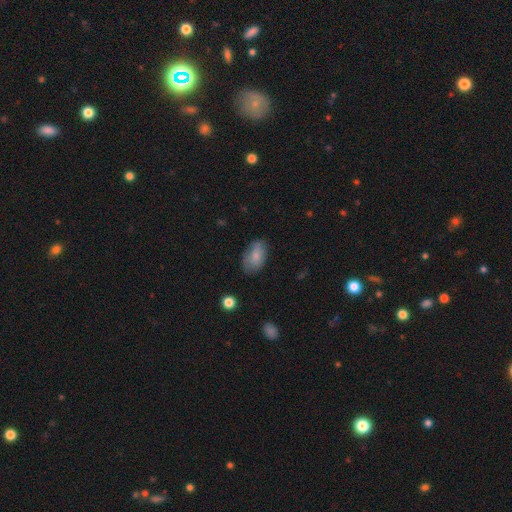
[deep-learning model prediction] Q: Smooth or featured?
A: smooth (78%); runner-up: featured or disk (15%)
Q: How rounded?
A: in between (91%); runner-up: round (7%)
Q: Merging?
A: none (61%); runner-up: minor disturbance (28%)